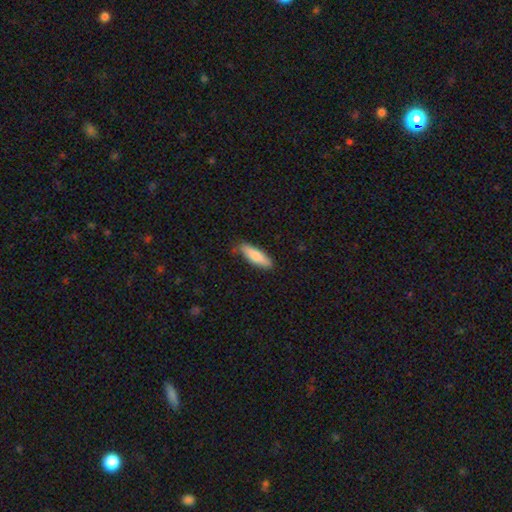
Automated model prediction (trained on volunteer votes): smooth_or_featured: smooth (p=0.81) [alt: featured or disk p=0.14]
how_rounded: cigar-shaped (p=0.57) [alt: in between p=0.41]
merging: none (p=0.79) [alt: minor disturbance p=0.17]